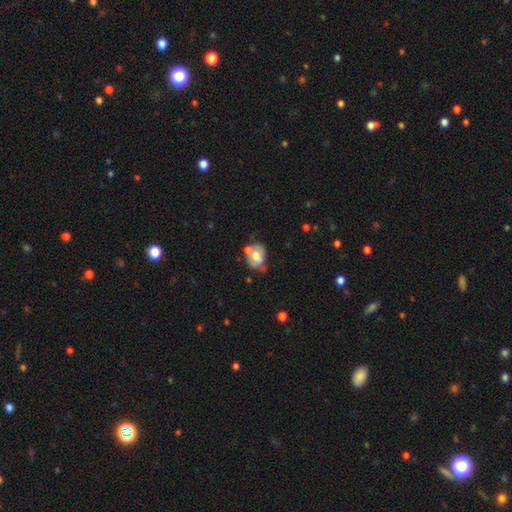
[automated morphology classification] type=smooth (55%); roundness=in between (61%); merging=none (37%).